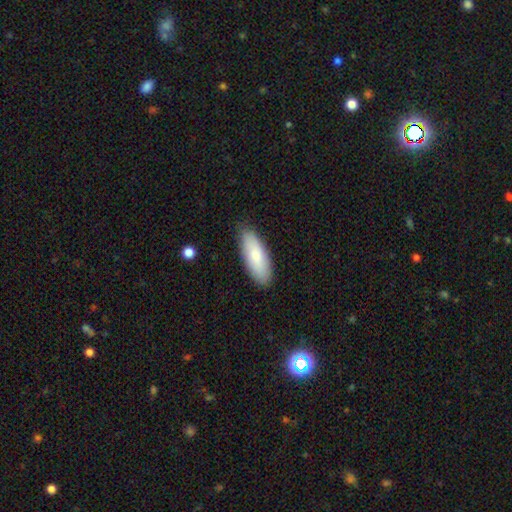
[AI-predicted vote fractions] This is likely a smooth galaxy (79%). How rounded: likely in between (72%). Merging: clearly none (84%).